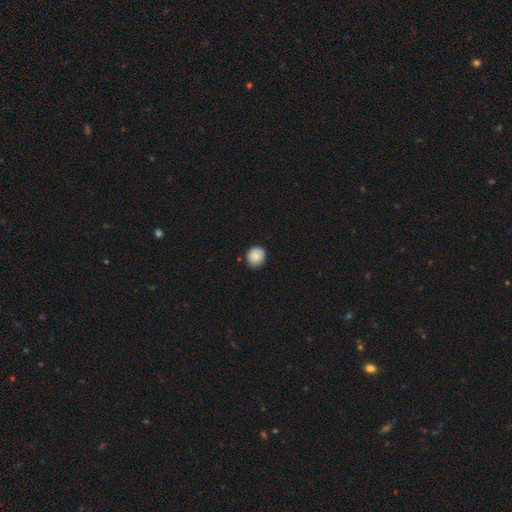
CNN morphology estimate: A smooth galaxy with no disk features (86%) that is round (88%).

Vote fractions:
- Smooth or featured? smooth: 86% / star or artifact: 8% / featured or disk: 6%
- How rounded? round: 88% / in between: 11% / cigar-shaped: 1%
- Merging? none: 84% / minor disturbance: 13% / major disturbance: 2% / merger: 1%